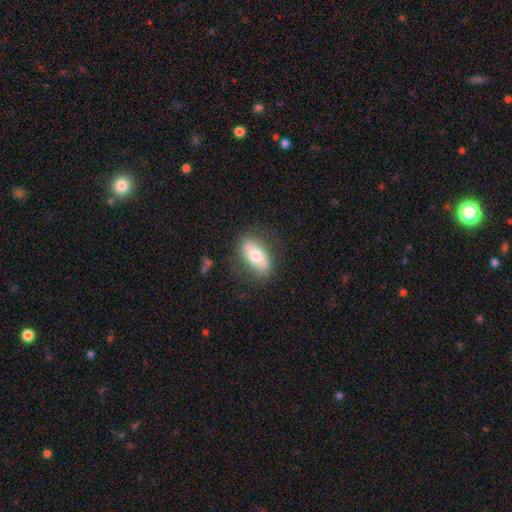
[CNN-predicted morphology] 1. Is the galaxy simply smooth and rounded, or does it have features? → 61% smooth, 32% featured or disk, 6% star or artifact.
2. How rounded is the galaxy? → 83% in between, 12% cigar-shaped, 5% round.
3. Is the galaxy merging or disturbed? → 79% none, 15% minor disturbance, 5% major disturbance, 1% merger.